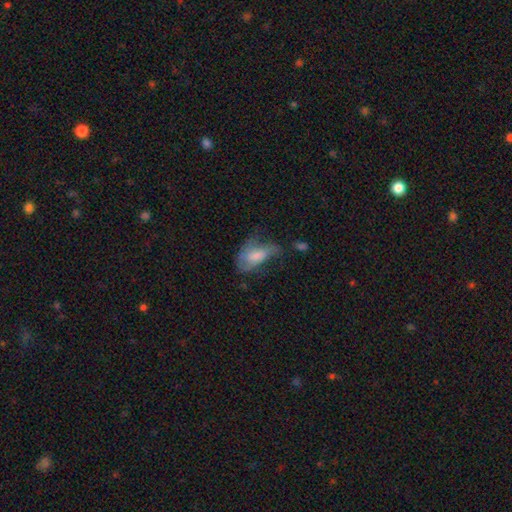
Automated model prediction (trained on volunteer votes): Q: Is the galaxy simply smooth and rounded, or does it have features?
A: smooth — 59%.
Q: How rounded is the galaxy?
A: in between — 88%.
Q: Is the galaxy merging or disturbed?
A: major disturbance — 36%.